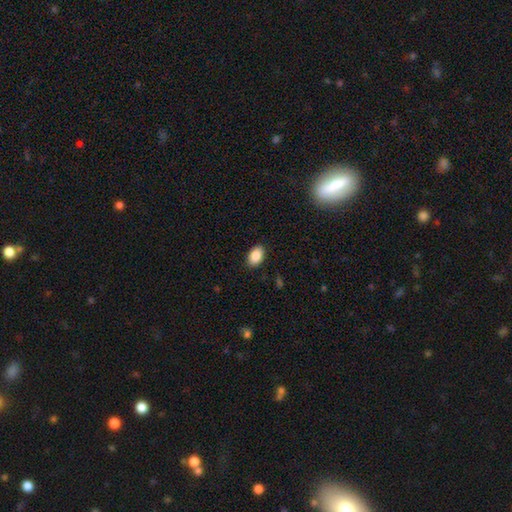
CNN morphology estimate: This is clearly a smooth galaxy (87%). How rounded: clearly in between (89%). Merging: clearly none (89%).